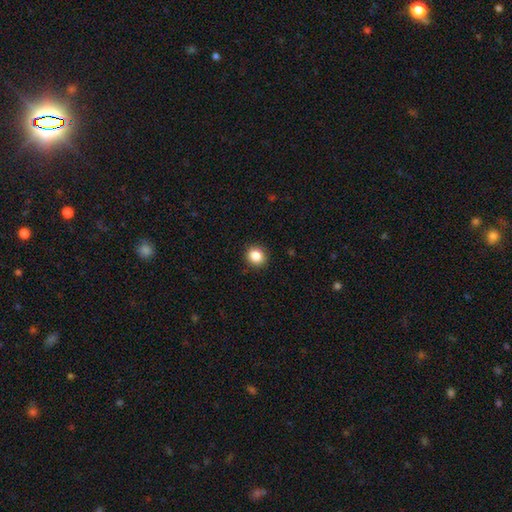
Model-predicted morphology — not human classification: A smooth galaxy with no disk features (86%) that is round (83%).

Vote fractions:
- Smooth or featured? smooth: 86% / star or artifact: 10% / featured or disk: 4%
- How rounded? round: 83% / in between: 16% / cigar-shaped: 1%
- Merging? none: 91% / minor disturbance: 6% / major disturbance: 2% / merger: 1%